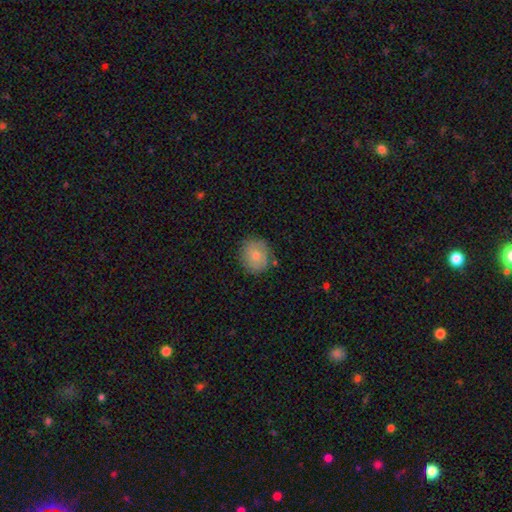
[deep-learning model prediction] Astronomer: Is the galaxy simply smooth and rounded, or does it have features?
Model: smooth — 73%.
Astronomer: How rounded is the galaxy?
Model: round — 83%.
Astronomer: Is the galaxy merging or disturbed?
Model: none — 83%.